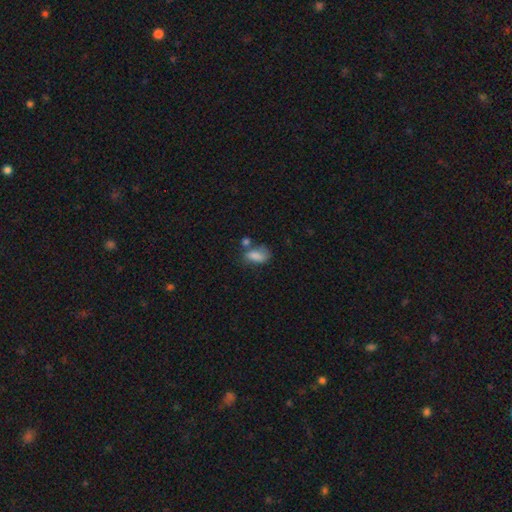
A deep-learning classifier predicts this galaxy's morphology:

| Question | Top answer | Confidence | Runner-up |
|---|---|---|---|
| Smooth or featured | smooth | 78% | featured or disk (12%) |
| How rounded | in between | 85% | round (8%) |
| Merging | none | 38% | minor disturbance (25%) |